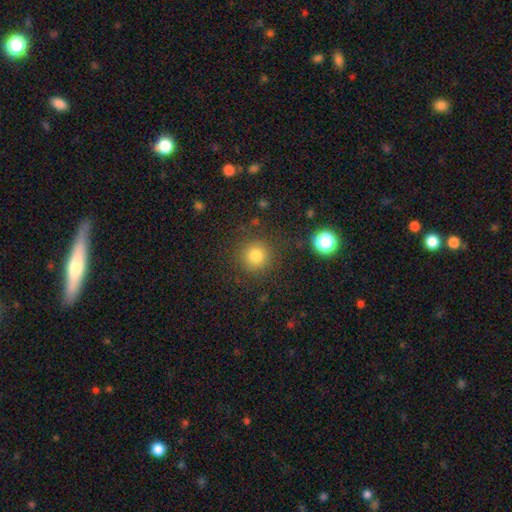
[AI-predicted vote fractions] smooth-or-featured: smooth: 80% | star or artifact: 14% | featured or disk: 7%
  how-rounded: round: 94% | in between: 6% | cigar-shaped: 1%
  merging: none: 87% | minor disturbance: 7% | major disturbance: 3% | merger: 2%